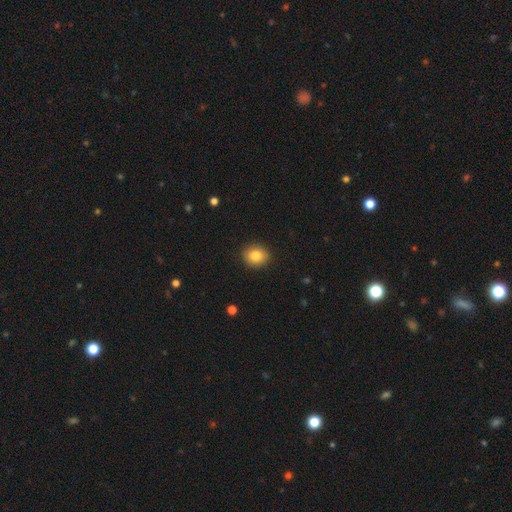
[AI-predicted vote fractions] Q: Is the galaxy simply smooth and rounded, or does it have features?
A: smooth — 83%.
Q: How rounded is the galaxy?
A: round — 71%.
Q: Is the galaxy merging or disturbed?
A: none — 90%.